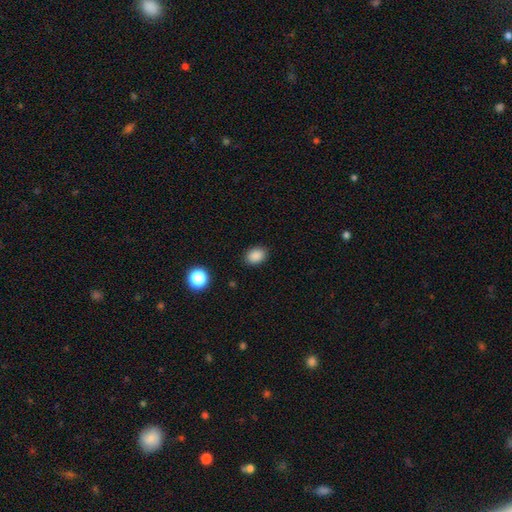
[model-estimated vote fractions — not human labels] smooth-or-featured: smooth: 87% | star or artifact: 10% | featured or disk: 3%
  how-rounded: in between: 69% | round: 30% | cigar-shaped: 1%
  merging: none: 88% | minor disturbance: 9% | major disturbance: 2% | merger: 1%